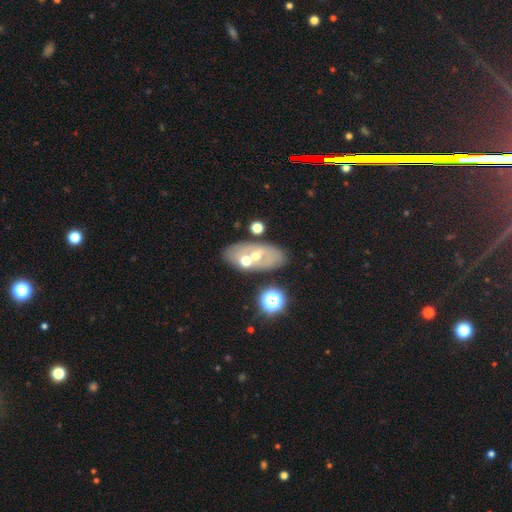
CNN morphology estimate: This is possibly a featured or disk galaxy (48%). Merging: likely none (68%).